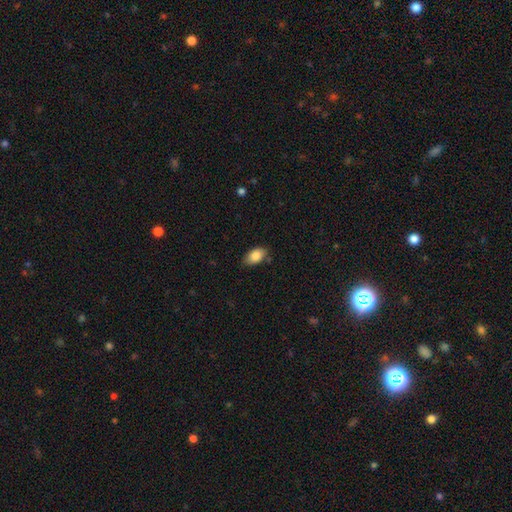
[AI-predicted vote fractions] A smooth galaxy with no disk features (86%) that is in between round and cigar-shaped (91%). Merging: none (77%).